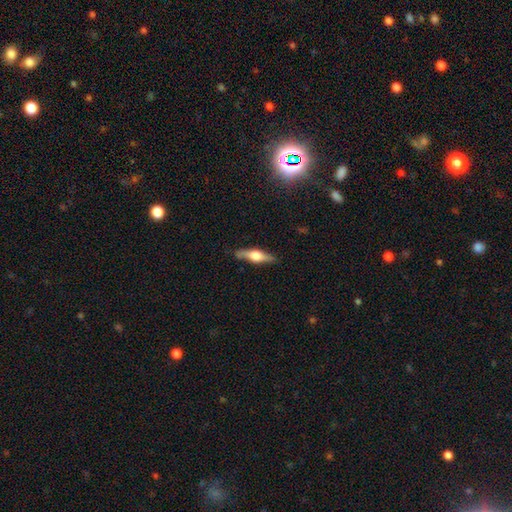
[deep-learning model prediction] Morphology: type=featured or disk (58%); edge-on=yes (94%); edge-on bulge=rounded (93%); merging=none (85%).